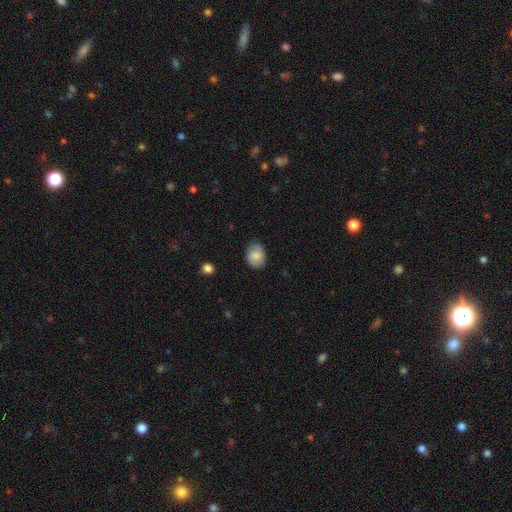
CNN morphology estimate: Smooth or featured?
  - smooth: 83% *
  - featured or disk: 10%
  - star or artifact: 7%
How rounded?
  - in between: 65% *
  - round: 34%
  - cigar-shaped: 1%
Merging?
  - none: 77% *
  - minor disturbance: 19%
  - major disturbance: 3%
  - merger: 1%